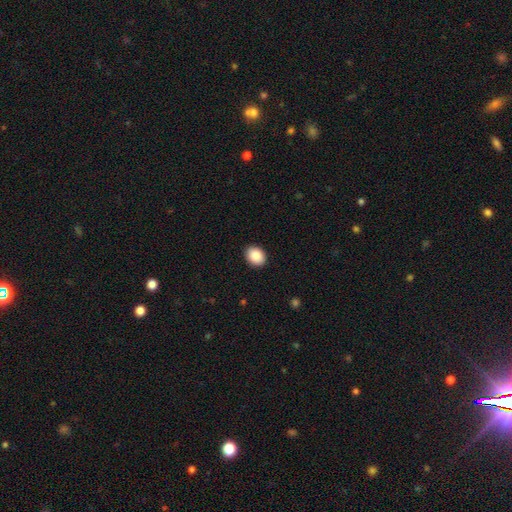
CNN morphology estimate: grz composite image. It shows a smooth galaxy with no disk features (89%) that is in between round and cigar-shaped (54%). Merging: none (91%).